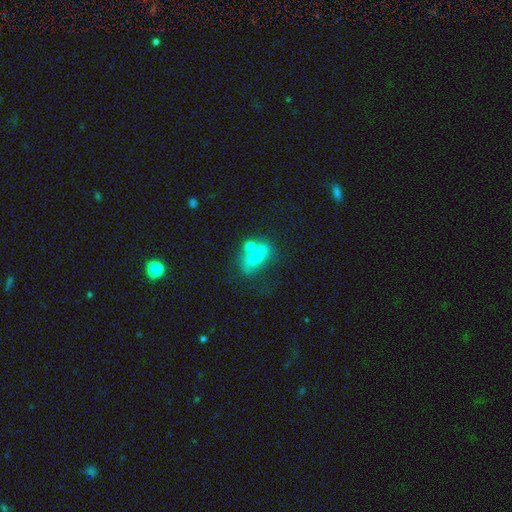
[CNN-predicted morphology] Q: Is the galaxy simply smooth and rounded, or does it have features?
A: smooth — 67%.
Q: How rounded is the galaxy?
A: in between — 76%.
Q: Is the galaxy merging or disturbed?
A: none — 45%.